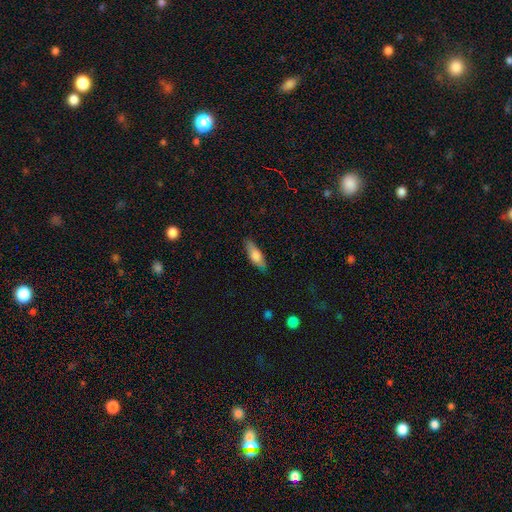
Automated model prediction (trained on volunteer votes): Morphology: type=smooth (71%); roundness=in between (54%); merging=none (82%).